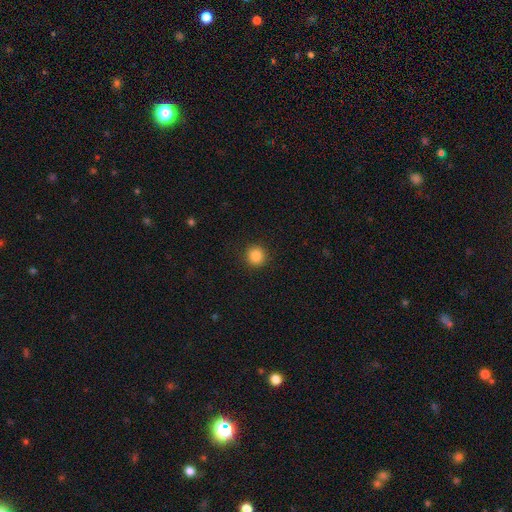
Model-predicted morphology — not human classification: smooth_or_featured: smooth (p=0.86) [alt: star or artifact p=0.11]
how_rounded: round (p=0.93) [alt: in between p=0.06]
merging: none (p=0.91) [alt: minor disturbance p=0.06]